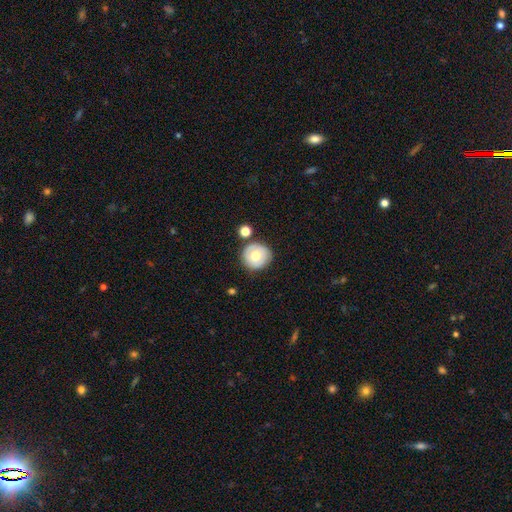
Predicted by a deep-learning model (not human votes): Morphology: type=smooth (62%); roundness=round (91%); merging=none (78%).